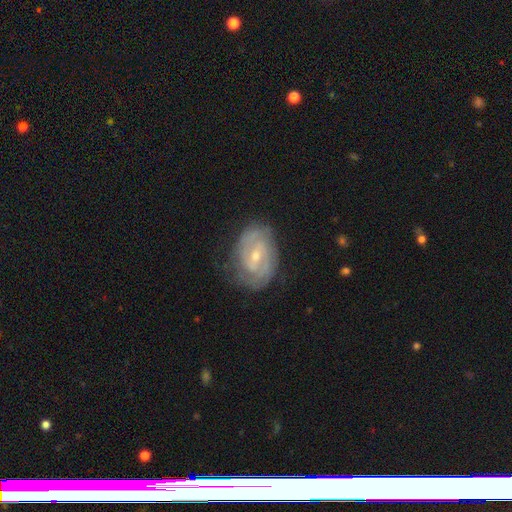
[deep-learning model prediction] This appears to be a featured or disk galaxy (82%) with a weak bar (54%), 2 (54%) tight (58%) spiral arms (92%) and a small central bulge (59%). Merging: none (72%).